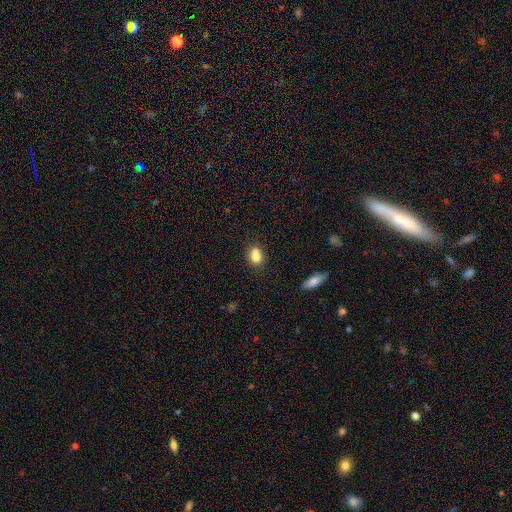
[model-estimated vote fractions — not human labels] Q: Smooth or featured?
A: smooth (77%); runner-up: featured or disk (12%)
Q: How rounded?
A: in between (60%); runner-up: round (38%)
Q: Merging?
A: none (45%); runner-up: merger (37%)